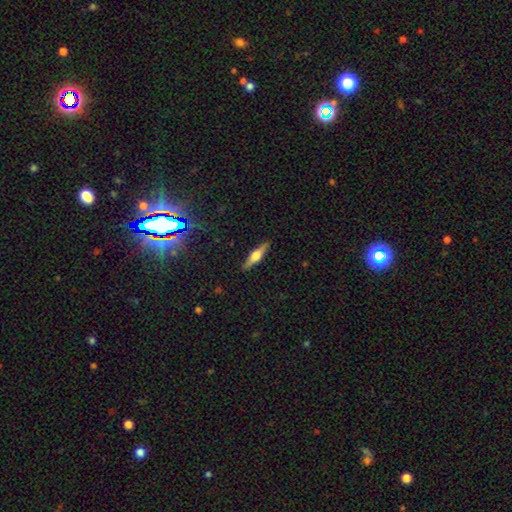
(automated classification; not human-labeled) The model was most divided on "smooth or featured": featured or disk: 65%, smooth: 28%, star or artifact: 7%. More confident: edge-on disk — yes (96%); edge-on bulge — rounded (90%); merging — none (90%).